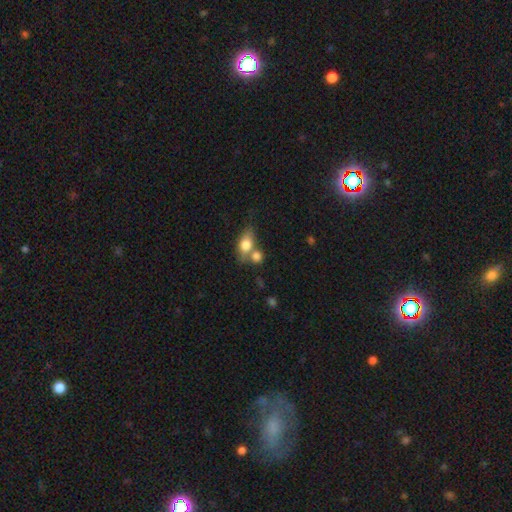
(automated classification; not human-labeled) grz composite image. It shows a smooth galaxy with no disk features (77%) that is in between round and cigar-shaped (62%). Merging: merger (46%).